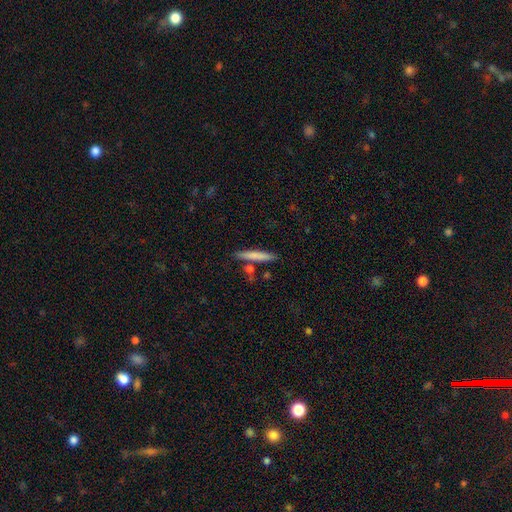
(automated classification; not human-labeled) A smooth galaxy with no disk features (73%) that is cigar-shaped (93%). Merging: none (81%).